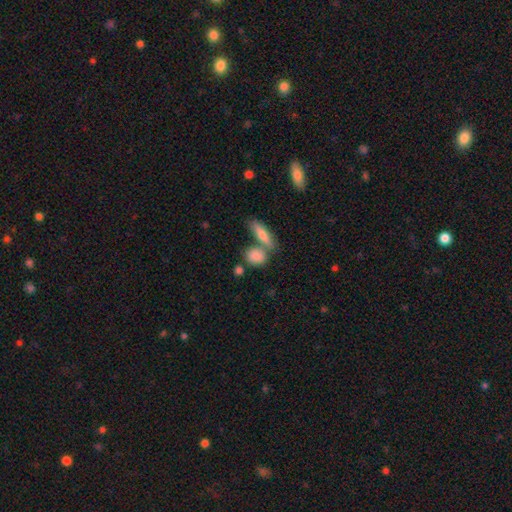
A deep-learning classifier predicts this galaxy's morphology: The model was most divided on "how rounded": in between: 50%, round: 39%, cigar-shaped: 11%. More confident: smooth or featured — smooth (82%); merging — none (54%).